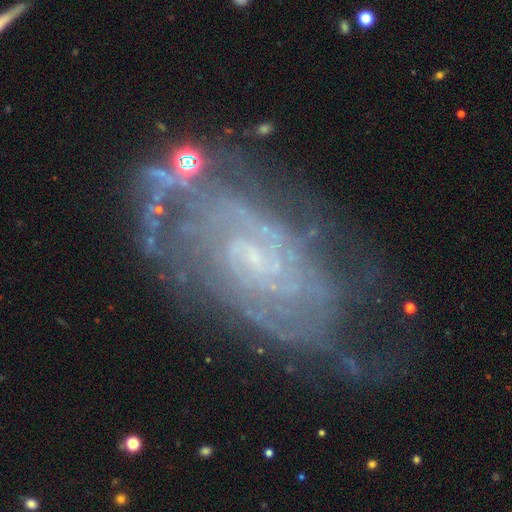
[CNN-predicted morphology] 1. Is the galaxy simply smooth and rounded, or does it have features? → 84% featured or disk, 8% smooth, 8% star or artifact.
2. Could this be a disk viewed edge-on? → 96% no, 4% yes.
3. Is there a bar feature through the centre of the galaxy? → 54% no, 37% weak, 9% strong.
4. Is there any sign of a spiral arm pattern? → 94% yes, 6% no.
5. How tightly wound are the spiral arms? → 65% tight, 27% medium, 7% loose.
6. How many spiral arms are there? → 37% can't tell, 30% 2, 12% 3, 9% 4, 7% more than 4, 6% 1.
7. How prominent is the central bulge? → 74% small, 13% none, 10% moderate, 1% large, 1% dominant.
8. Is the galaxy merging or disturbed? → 63% none, 22% minor disturbance, 11% major disturbance, 4% merger.